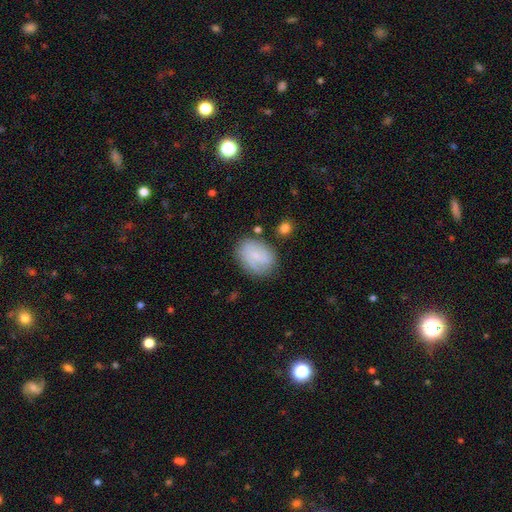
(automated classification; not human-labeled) A featured or disk galaxy (60%) with no bar (52%), 2 (44%) tight (47%) spiral arms (86%) and a small central bulge (75%). Merging: none (72%).